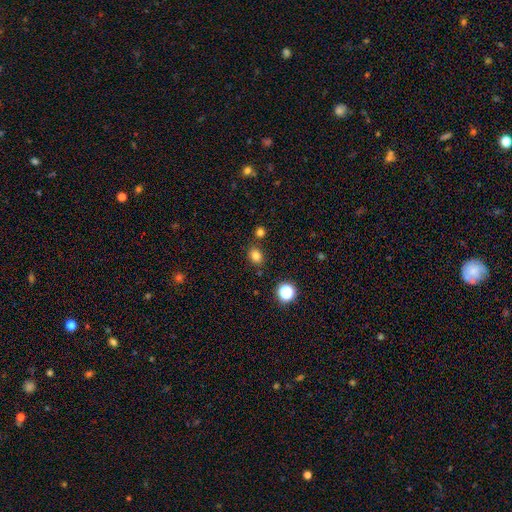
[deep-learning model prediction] Smooth or featured: smooth — 79% (star or artifact — 15%)
How rounded: in between — 50% (round — 49%)
Merging: none — 78% (minor disturbance — 11%)